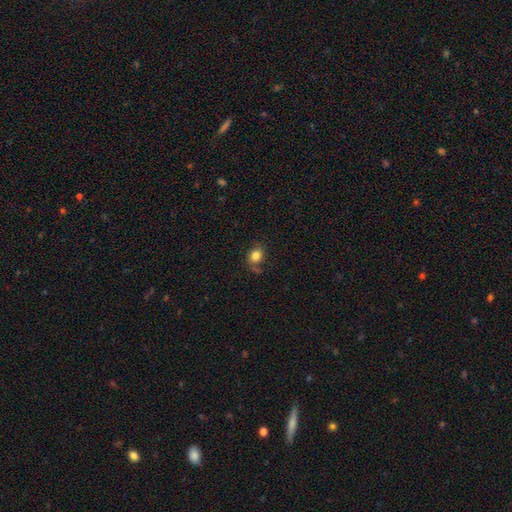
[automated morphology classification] smooth-or-featured: smooth: 81% | star or artifact: 11% | featured or disk: 8%
  how-rounded: round: 66% | in between: 33% | cigar-shaped: 1%
  merging: none: 67% | minor disturbance: 20% | major disturbance: 9% | merger: 5%